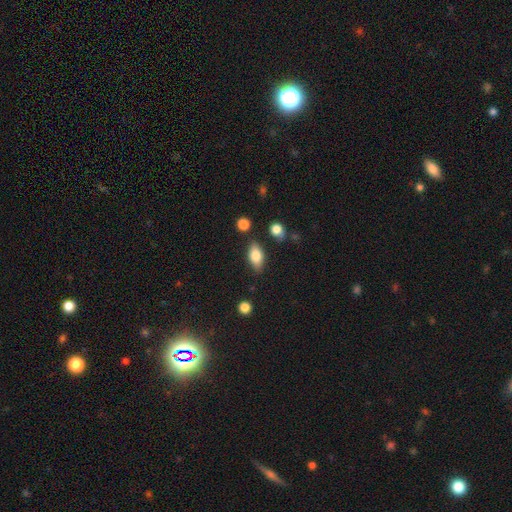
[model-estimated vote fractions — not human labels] Q: Smooth or featured?
A: smooth (77%); runner-up: featured or disk (15%)
Q: How rounded?
A: in between (87%); runner-up: cigar-shaped (8%)
Q: Merging?
A: none (80%); runner-up: minor disturbance (13%)